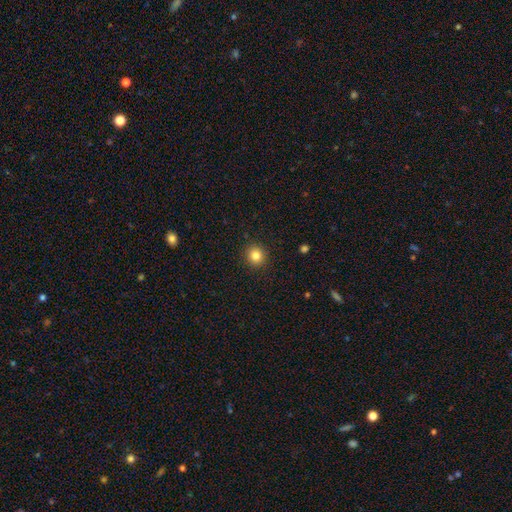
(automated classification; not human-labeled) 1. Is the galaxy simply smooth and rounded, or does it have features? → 83% smooth, 12% star or artifact, 6% featured or disk.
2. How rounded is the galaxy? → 90% round, 9% in between, 1% cigar-shaped.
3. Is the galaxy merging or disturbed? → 92% none, 5% minor disturbance, 2% major disturbance, 1% merger.